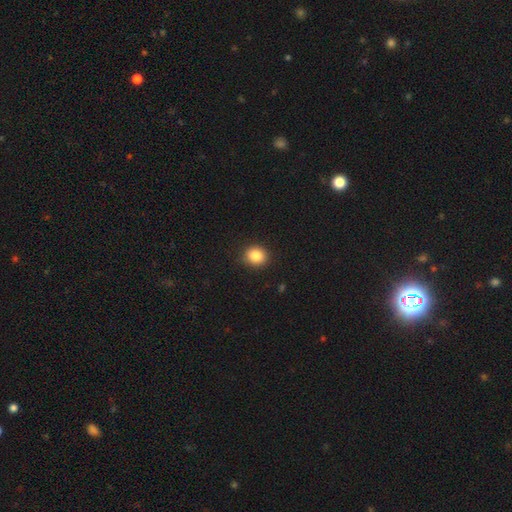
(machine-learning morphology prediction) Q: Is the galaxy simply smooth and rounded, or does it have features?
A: smooth — 85%.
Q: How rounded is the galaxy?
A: round — 79%.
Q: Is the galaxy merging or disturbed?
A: none — 90%.